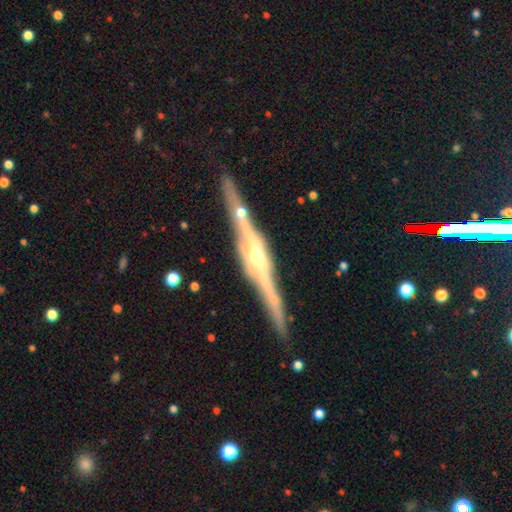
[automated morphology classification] A featured or disk galaxy (90%) viewed edge-on (98%) with a rounded central bulge (55%).

Vote fractions:
- Smooth or featured? featured or disk: 90% / star or artifact: 5% / smooth: 5%
- Edge-on disk? yes: 98% / no: 2%
- Edge-on bulge? rounded: 55% / boxy: 38% / none: 7%
- Merging? none: 87% / minor disturbance: 8% / merger: 3% / major disturbance: 2%